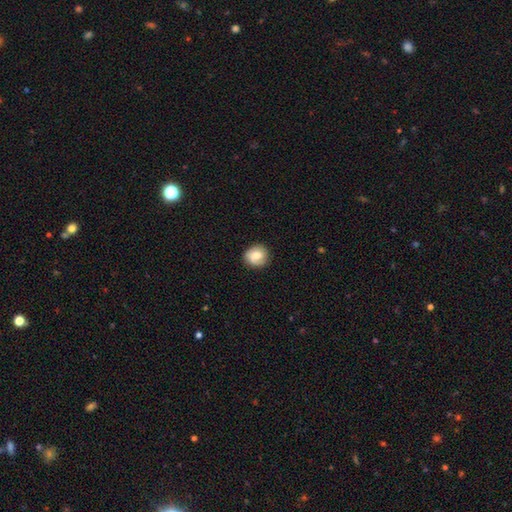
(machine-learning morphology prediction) smooth_or_featured: smooth (p=0.68) [alt: featured or disk p=0.24]
how_rounded: round (p=0.83) [alt: in between p=0.16]
merging: none (p=0.81) [alt: minor disturbance p=0.14]